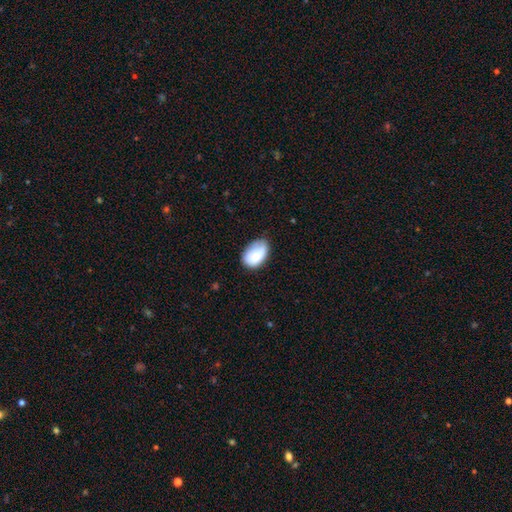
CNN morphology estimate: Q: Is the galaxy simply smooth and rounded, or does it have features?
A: smooth — 79%.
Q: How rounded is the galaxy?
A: in between — 90%.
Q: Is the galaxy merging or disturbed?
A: none — 56%.